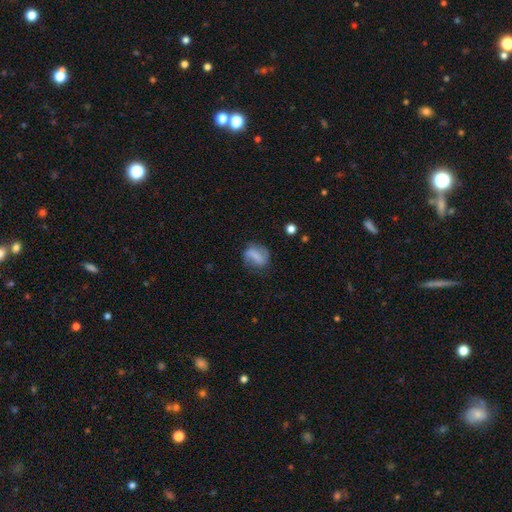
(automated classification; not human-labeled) smooth-or-featured: smooth: 53% | featured or disk: 38% | star or artifact: 9%
  how-rounded: in between: 54% | round: 42% | cigar-shaped: 5%
  merging: none: 64% | minor disturbance: 22% | major disturbance: 11% | merger: 2%